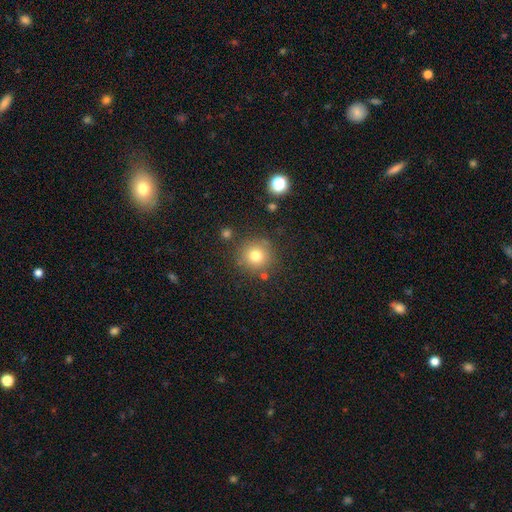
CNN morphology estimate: smooth_or_featured: smooth (p=0.77) [alt: star or artifact p=0.13]
how_rounded: round (p=0.94) [alt: in between p=0.05]
merging: none (p=0.83) [alt: minor disturbance p=0.09]